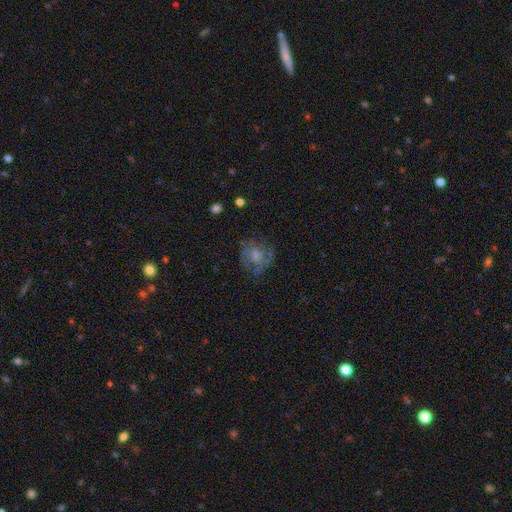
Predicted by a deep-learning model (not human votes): smooth-or-featured: featured or disk: 52% | smooth: 38% | star or artifact: 10%
  disk-edge-on: no: 97% | yes: 3%
    bar: no: 63% | weak: 31% | strong: 6%
    has-spiral-arms: yes: 60% | no: 40%
    bulge-size: small: 38% | moderate: 35% | none: 21% | large: 5% | dominant: 1%
  merging: none: 59% | minor disturbance: 21% | major disturbance: 18% | merger: 2%